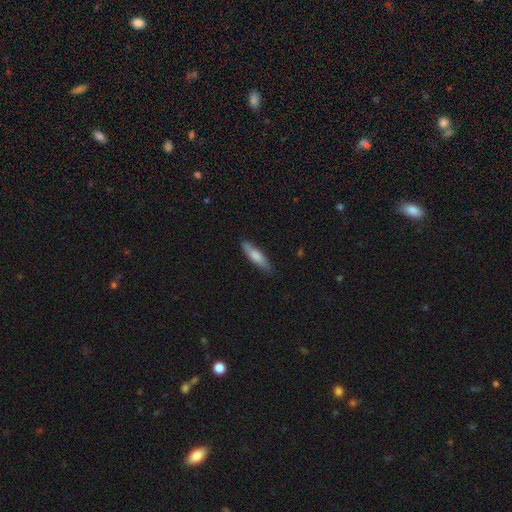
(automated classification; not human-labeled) This appears to be a smooth galaxy with no disk features (74%) that is cigar-shaped (70%). Merging: none (82%).